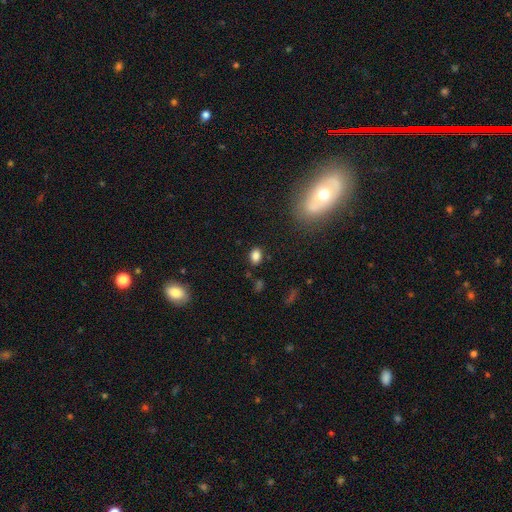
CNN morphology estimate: A smooth galaxy with no disk features (84%) that is in between round and cigar-shaped (75%). Merging: none (85%).